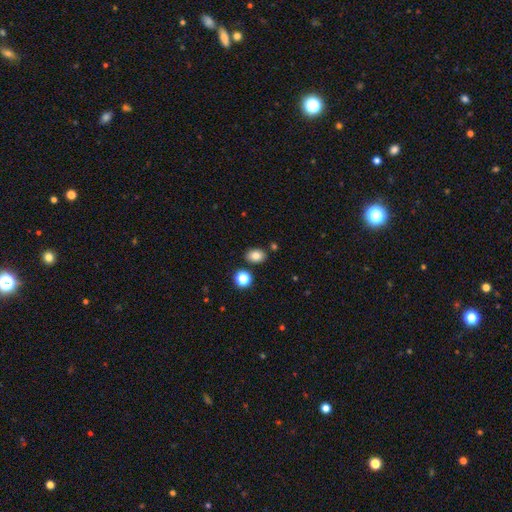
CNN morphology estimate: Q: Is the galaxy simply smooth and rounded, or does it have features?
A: smooth — 82%.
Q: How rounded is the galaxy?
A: in between — 67%.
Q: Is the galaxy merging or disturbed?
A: none — 83%.